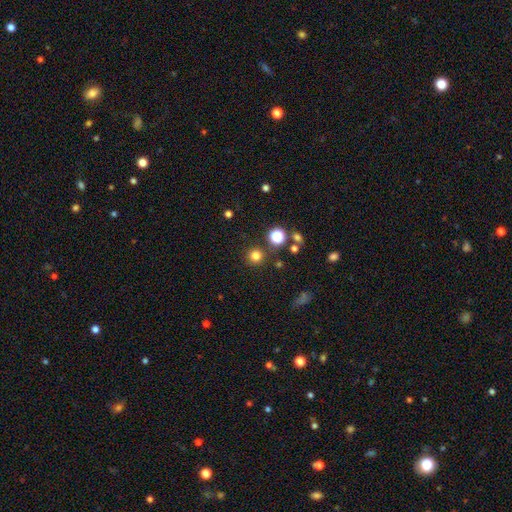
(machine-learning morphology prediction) Overall: smooth (78%). How rounded: round (95%). Merging: none (88%).